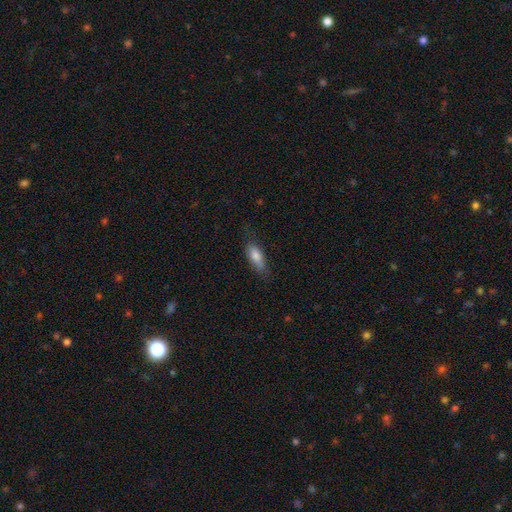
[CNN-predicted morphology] A smooth galaxy with no disk features (76%) that is in between round and cigar-shaped (66%). Merging: none (71%).